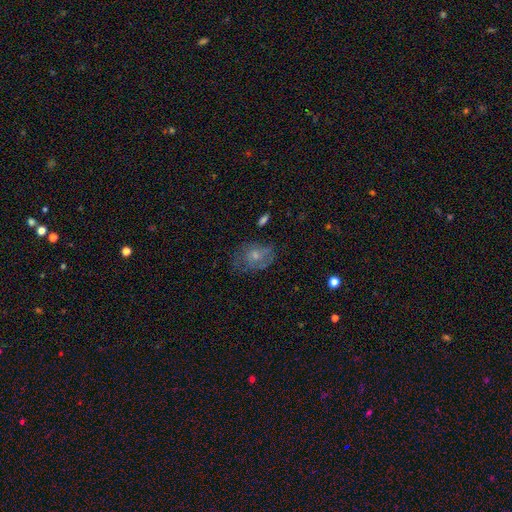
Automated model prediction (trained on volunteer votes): Smooth or featured: smooth — 46% (featured or disk — 43%)
Merging: none — 52% (minor disturbance — 27%)